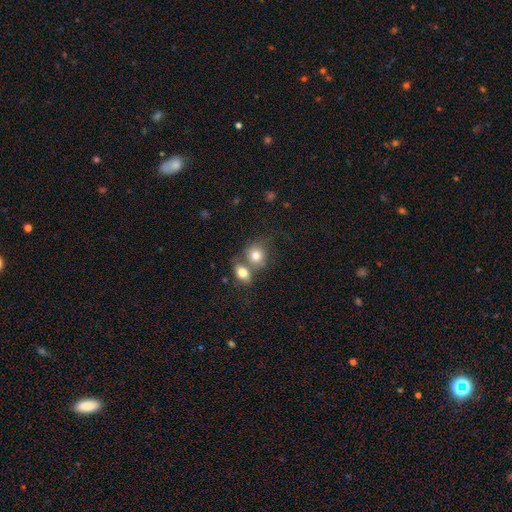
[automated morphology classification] Q: Smooth or featured?
A: smooth (78%); runner-up: featured or disk (12%)
Q: How rounded?
A: round (68%); runner-up: in between (31%)
Q: Merging?
A: merger (51%); runner-up: none (35%)